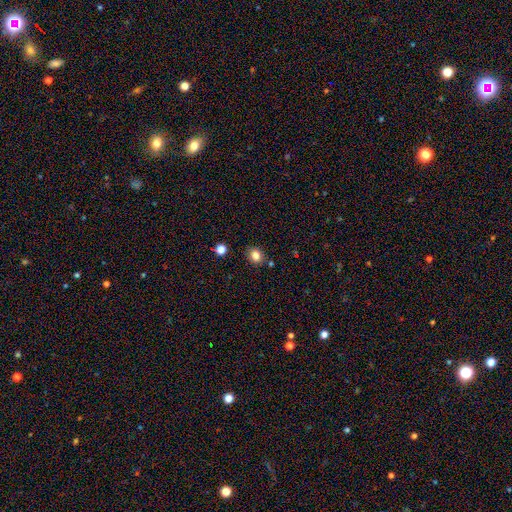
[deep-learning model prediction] smooth 81%, star or artifact 13%, featured or disk 6%. Down the decision tree: how rounded — round (77%); merging — none (86%).